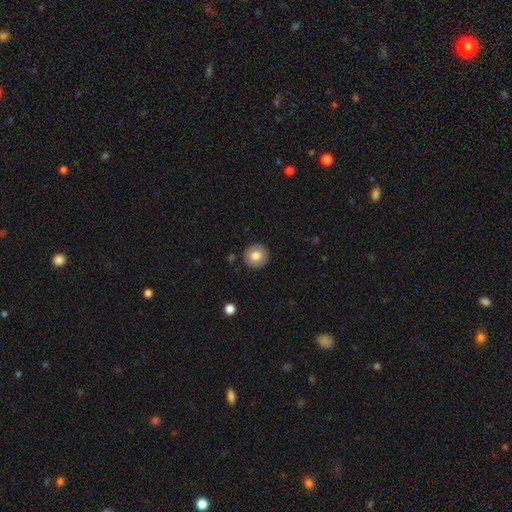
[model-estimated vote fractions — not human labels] This is likely a smooth galaxy (78%). How rounded: clearly round (94%). Merging: clearly none (90%).